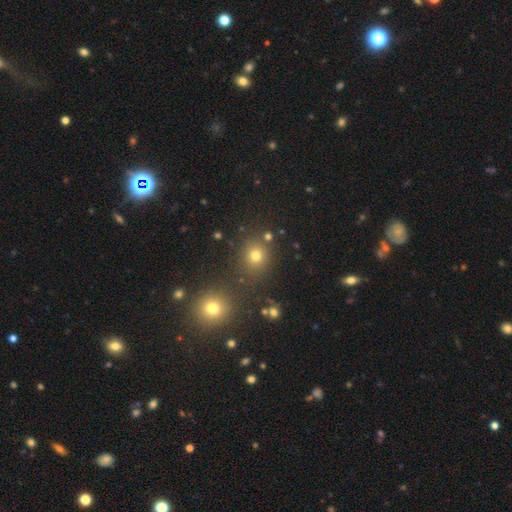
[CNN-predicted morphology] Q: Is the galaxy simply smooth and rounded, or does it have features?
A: smooth — 70%.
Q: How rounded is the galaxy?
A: round — 83%.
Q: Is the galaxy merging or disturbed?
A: none — 79%.